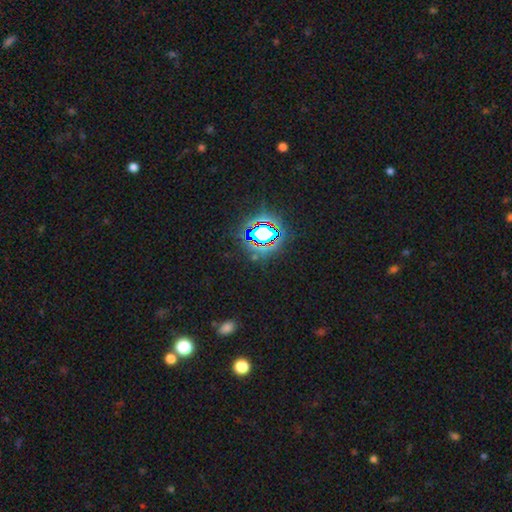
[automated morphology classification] Smooth or featured?
  - star or artifact: 75% *
  - smooth: 16%
  - featured or disk: 8%